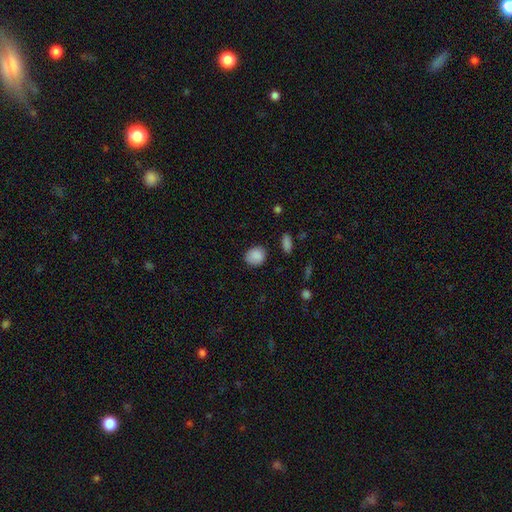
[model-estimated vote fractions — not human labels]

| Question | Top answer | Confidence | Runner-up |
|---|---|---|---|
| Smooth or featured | smooth | 87% | star or artifact (8%) |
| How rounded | round | 70% | in between (28%) |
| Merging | none | 83% | minor disturbance (13%) |